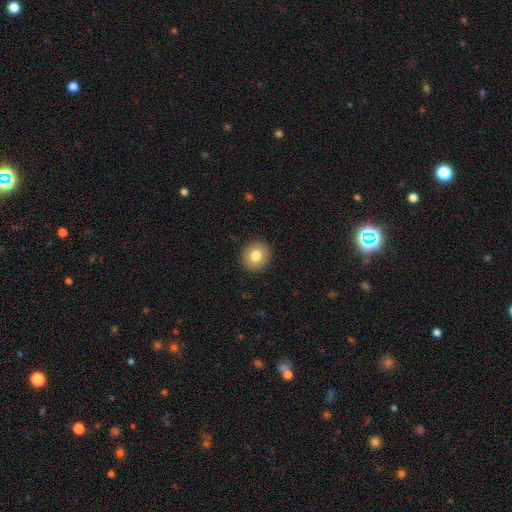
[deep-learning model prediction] This appears to be a smooth galaxy with no disk features (79%) that is round (89%). Merging: none (92%).